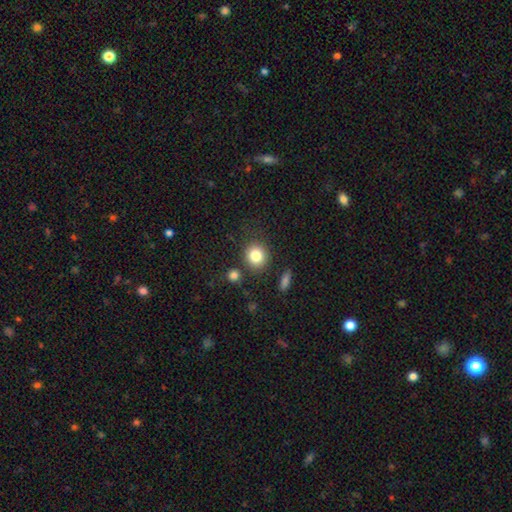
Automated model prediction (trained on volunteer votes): Smooth or featured? Predicted: smooth (p=0.83). How rounded? Predicted: round (p=0.83). Merging? Predicted: none (p=0.81).